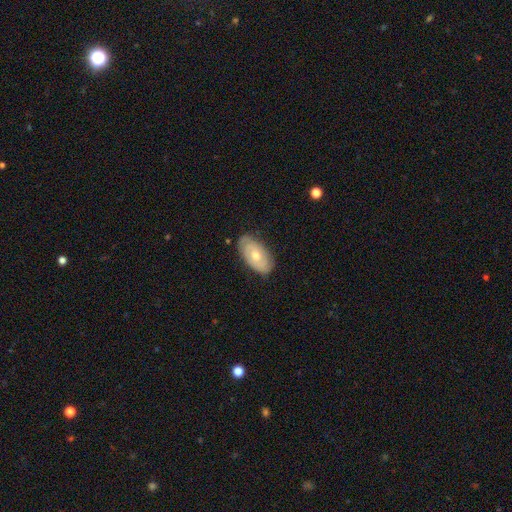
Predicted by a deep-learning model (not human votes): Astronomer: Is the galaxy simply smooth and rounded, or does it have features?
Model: featured or disk — 48% (runner-up: smooth, 46%).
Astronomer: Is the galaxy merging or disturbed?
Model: none — 78%.